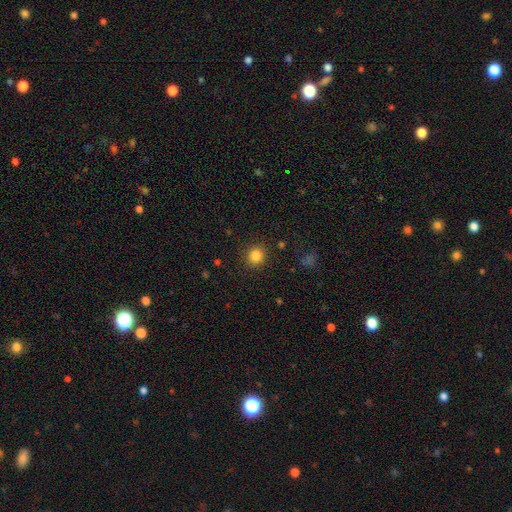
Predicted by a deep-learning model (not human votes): This appears to be a smooth galaxy with no disk features (84%) that is round (87%). Merging: none (90%).